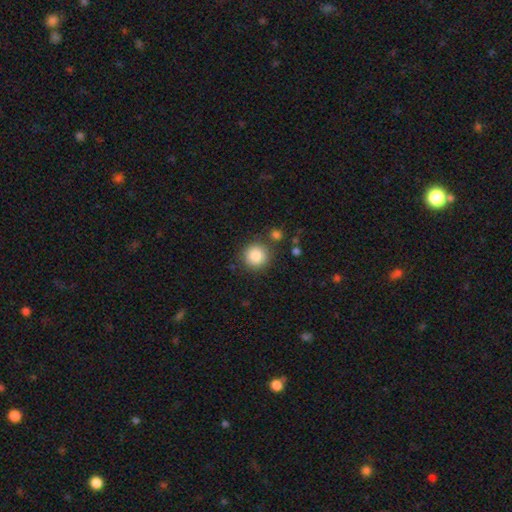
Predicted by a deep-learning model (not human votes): Smooth or featured: smooth — 85% (star or artifact — 9%)
How rounded: round — 94% (in between — 5%)
Merging: none — 84% (minor disturbance — 8%)